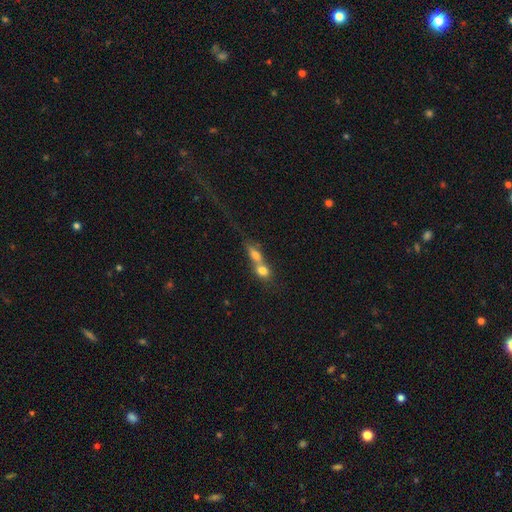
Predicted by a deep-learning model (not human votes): Q: Smooth or featured?
A: smooth (61%); runner-up: featured or disk (27%)
Q: How rounded?
A: in between (41%); tied with: round (41%)
Q: Merging?
A: merger (72%); runner-up: none (16%)